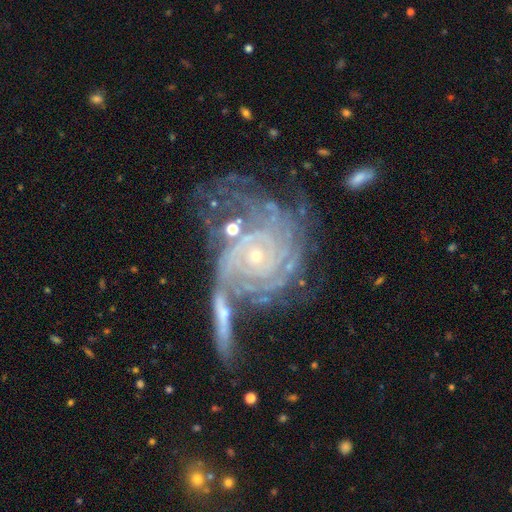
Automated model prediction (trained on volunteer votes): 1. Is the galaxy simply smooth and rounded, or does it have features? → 89% featured or disk, 7% star or artifact, 4% smooth.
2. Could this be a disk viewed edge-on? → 96% no, 4% yes.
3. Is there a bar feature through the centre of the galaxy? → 72% no, 20% weak, 8% strong.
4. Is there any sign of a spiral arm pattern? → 97% yes, 3% no.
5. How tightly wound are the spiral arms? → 77% tight, 18% medium, 5% loose.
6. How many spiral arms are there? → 29% can't tell, 19% 4, 17% more than 4, 15% 3, 13% 2, 7% 1.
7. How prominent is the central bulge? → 78% small, 18% moderate, 2% none, 1% large, 1% dominant.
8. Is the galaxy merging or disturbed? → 32% merger, 31% none, 19% minor disturbance, 19% major disturbance.